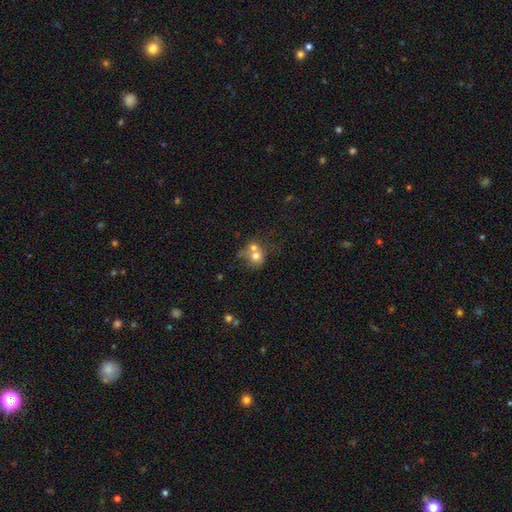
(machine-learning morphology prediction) smooth-or-featured: smooth: 68% | featured or disk: 20% | star or artifact: 12%
  how-rounded: round: 74% | in between: 25% | cigar-shaped: 1%
  merging: merger: 58% | none: 27% | minor disturbance: 9% | major disturbance: 6%